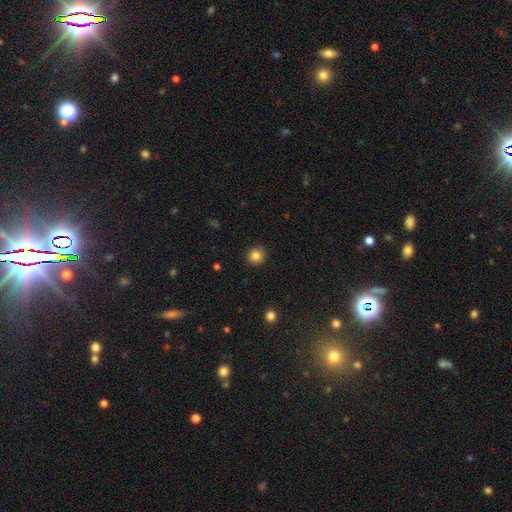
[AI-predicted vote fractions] smooth_or_featured: smooth (p=0.84) [alt: star or artifact p=0.11]
how_rounded: round (p=0.93) [alt: in between p=0.06]
merging: none (p=0.91) [alt: minor disturbance p=0.07]